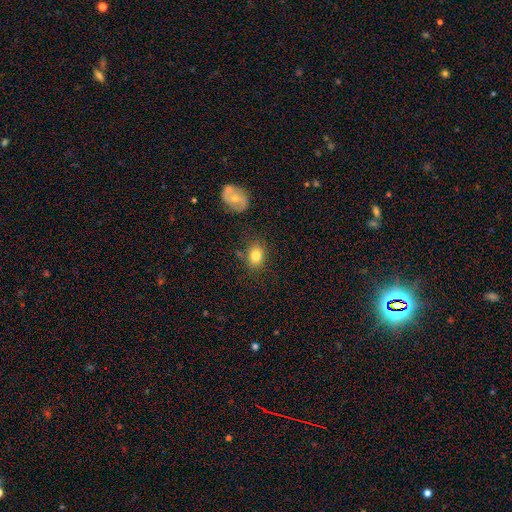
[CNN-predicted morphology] A smooth galaxy with no disk features (81%) that is in between round and cigar-shaped (66%).

Vote fractions:
- Smooth or featured? smooth: 81% / featured or disk: 10% / star or artifact: 10%
- How rounded? in between: 66% / round: 33% / cigar-shaped: 1%
- Merging? none: 76% / minor disturbance: 14% / merger: 6% / major disturbance: 4%